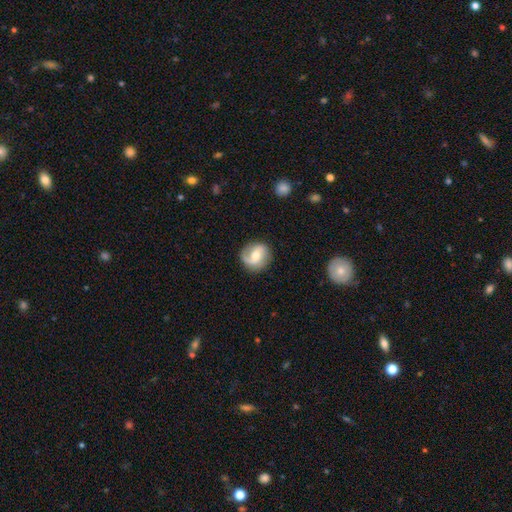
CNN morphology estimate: Smooth or featured? featured or disk (67%)
Edge-on disk? no (97%)
Bar? weak (44%)
Spiral arms? yes (91%)
Spiral winding? loose (41%)
Spiral arm count? 2 (68%)
Bulge size? moderate (64%)
Merging? none (79%)